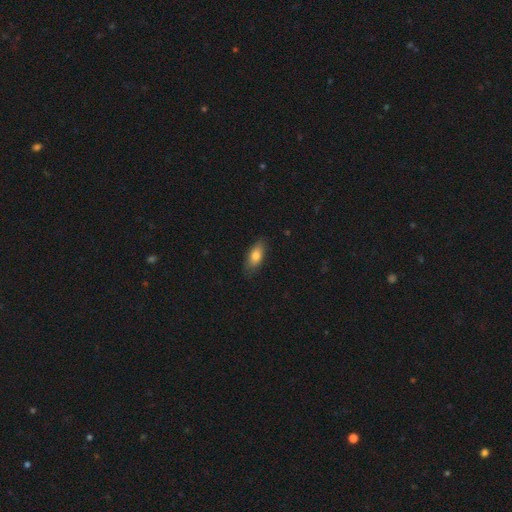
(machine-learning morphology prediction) Smooth or featured?
  - smooth: 80% *
  - featured or disk: 13%
  - star or artifact: 7%
How rounded?
  - in between: 83% *
  - cigar-shaped: 13%
  - round: 3%
Merging?
  - none: 82% *
  - minor disturbance: 14%
  - major disturbance: 3%
  - merger: 1%